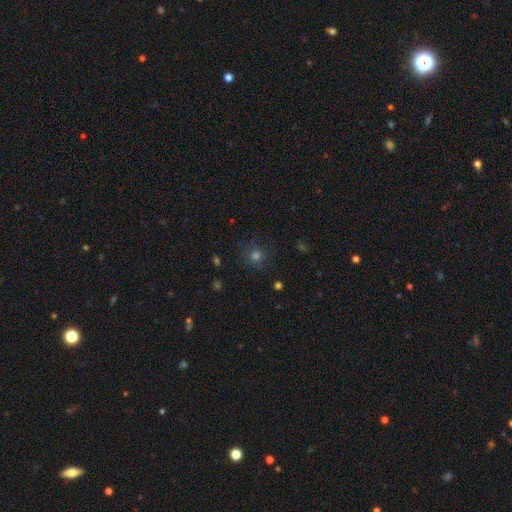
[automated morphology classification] Q: Smooth or featured?
A: smooth (69%); runner-up: star or artifact (24%)
Q: How rounded?
A: round (93%); runner-up: in between (6%)
Q: Merging?
A: none (86%); runner-up: minor disturbance (9%)